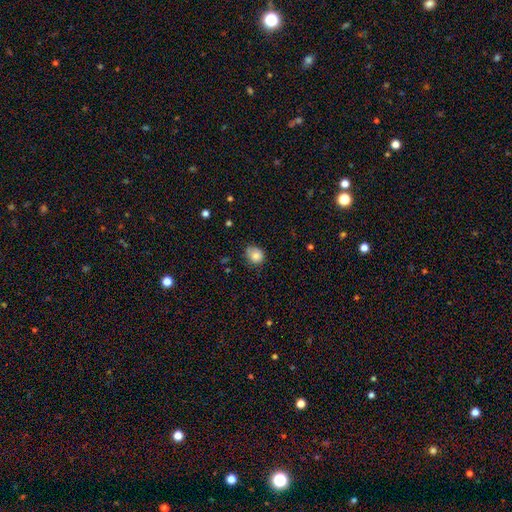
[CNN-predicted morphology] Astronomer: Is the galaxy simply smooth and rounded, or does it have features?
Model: smooth — 81%.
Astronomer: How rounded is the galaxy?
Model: round — 68%.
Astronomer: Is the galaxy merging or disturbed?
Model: none — 57% (runner-up: minor disturbance, 33%).